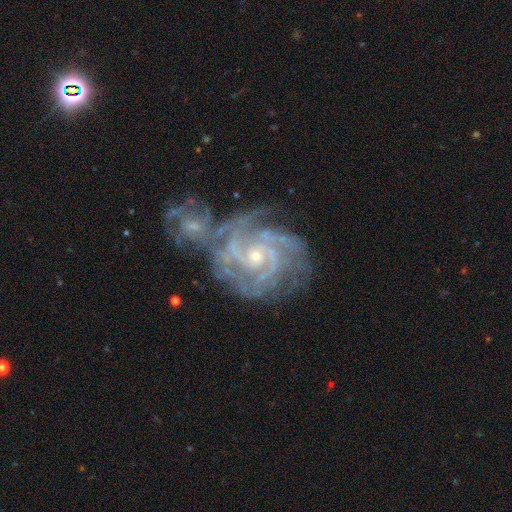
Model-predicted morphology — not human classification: This appears to be a featured or disk galaxy (90%) with no bar (62%), 3 (25%) tight (71%) spiral arms (98%) and a small central bulge (67%). Merging: merger (48%).